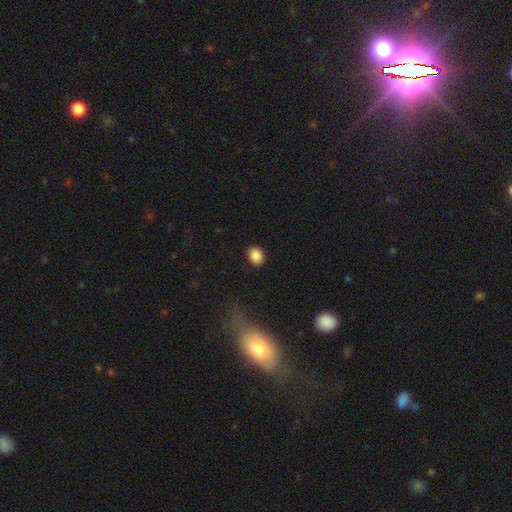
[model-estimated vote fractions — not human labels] This appears to be a smooth galaxy with no disk features (87%) that is in between round and cigar-shaped (50%). Merging: none (89%).